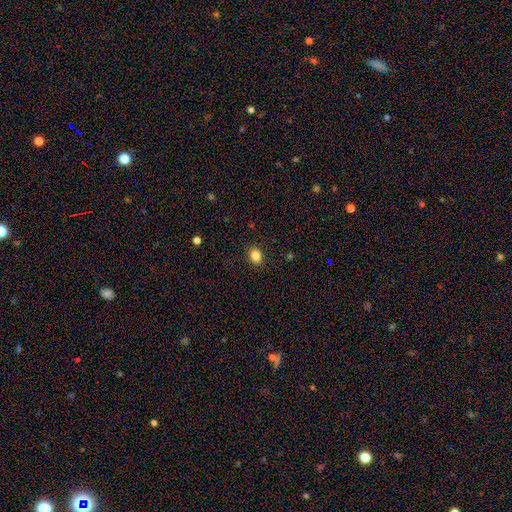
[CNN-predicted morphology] A smooth galaxy with no disk features (84%) that is in between round and cigar-shaped (53%).

Vote fractions:
- Smooth or featured? smooth: 84% / star or artifact: 11% / featured or disk: 5%
- How rounded? in between: 53% / round: 46% / cigar-shaped: 1%
- Merging? none: 88% / minor disturbance: 9% / major disturbance: 2% / merger: 1%